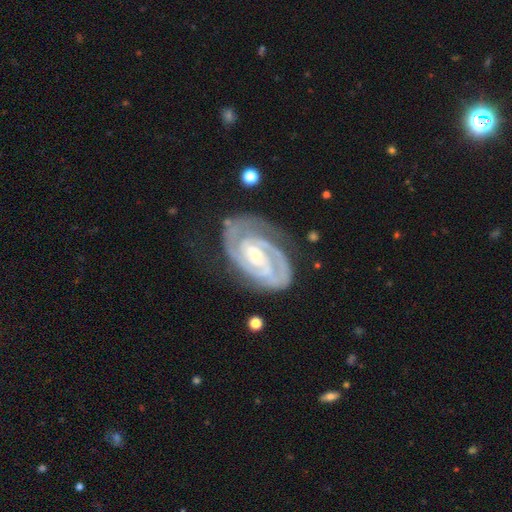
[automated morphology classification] A featured or disk galaxy (92%) with no bar (44%), 2 (79%) tight (70%) spiral arms (98%) and a small central bulge (75%).

Vote fractions:
- Smooth or featured? featured or disk: 92% / star or artifact: 4% / smooth: 4%
- Edge-on disk? no: 97% / yes: 3%
- Bar? no: 44% / weak: 36% / strong: 20%
- Spiral arms? yes: 98% / no: 2%
- Spiral winding? tight: 70% / medium: 26% / loose: 3%
- Spiral arm count? 2: 79% / 3: 9% / can't tell: 6% / 1: 2% / 4: 2% / more than 4: 2%
- Bulge size? small: 75% / moderate: 21% / none: 2% / large: 1% / dominant: 1%
- Merging? none: 73% / minor disturbance: 18% / major disturbance: 7% / merger: 2%